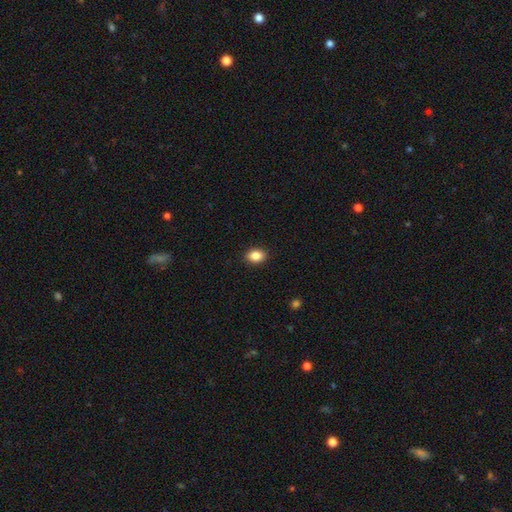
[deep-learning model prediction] Smooth or featured: smooth — 87% (star or artifact — 9%)
How rounded: in between — 69% (round — 30%)
Merging: none — 91% (minor disturbance — 7%)